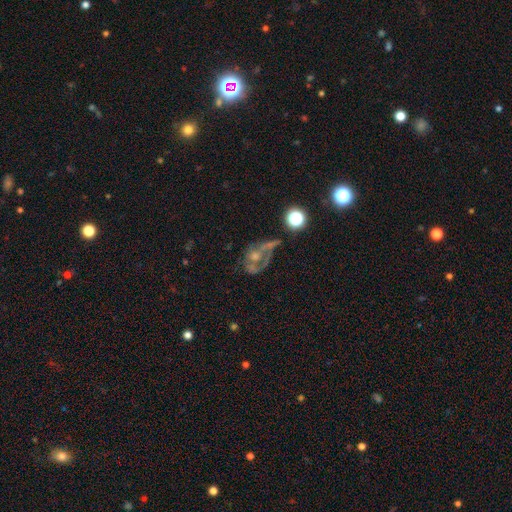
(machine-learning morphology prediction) A featured or disk galaxy (58%) with no bar (82%), no spiral arms (55%) and a moderate central bulge (47%). Merging: major disturbance (38%).